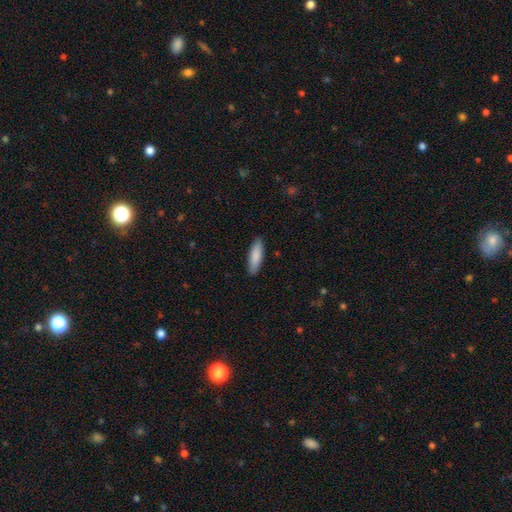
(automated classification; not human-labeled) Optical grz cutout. It shows a smooth galaxy with no disk features (87%) that is cigar-shaped (55%). Merging: none (89%).